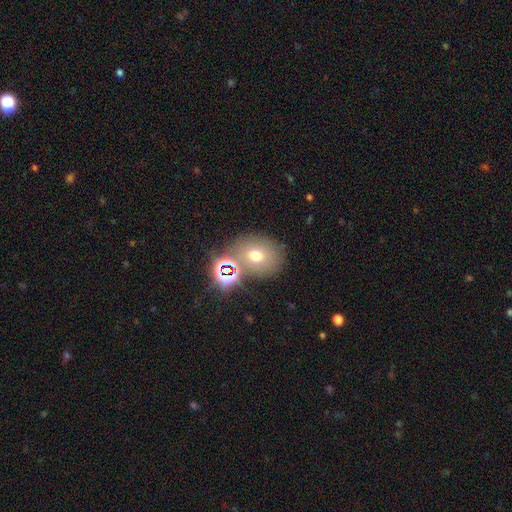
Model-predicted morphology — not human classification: The model was most divided on "how rounded": round: 58%, in between: 41%, cigar-shaped: 1%. More confident: merging — none (66%); smooth or featured — smooth (62%).